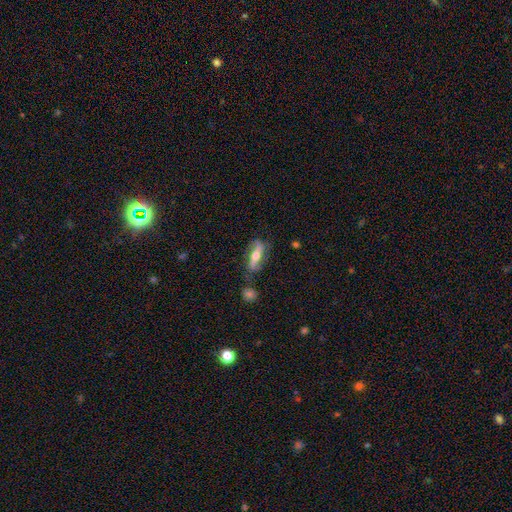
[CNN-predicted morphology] type=featured or disk (65%); edge-on=no (67%); merging=none (71%).